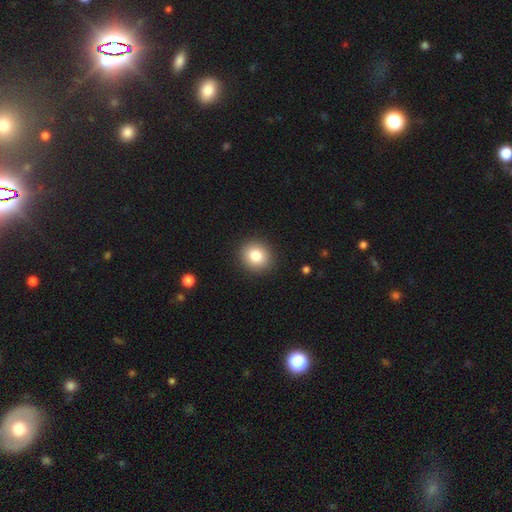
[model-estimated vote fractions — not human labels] A smooth galaxy with no disk features (82%) that is round (86%). Merging: none (92%).